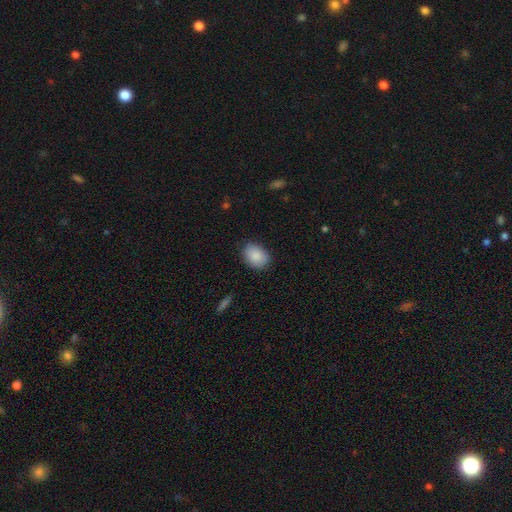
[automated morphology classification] Smooth or featured? smooth (88%)
How rounded? in between (73%)
Merging? none (82%)